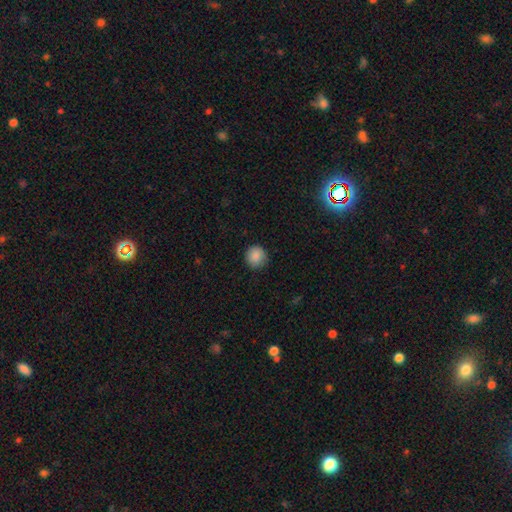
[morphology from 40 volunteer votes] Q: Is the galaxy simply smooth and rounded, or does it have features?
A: smooth — 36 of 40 (90%).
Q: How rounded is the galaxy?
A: round — 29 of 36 (81%).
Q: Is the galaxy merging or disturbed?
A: none — 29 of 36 (81%).